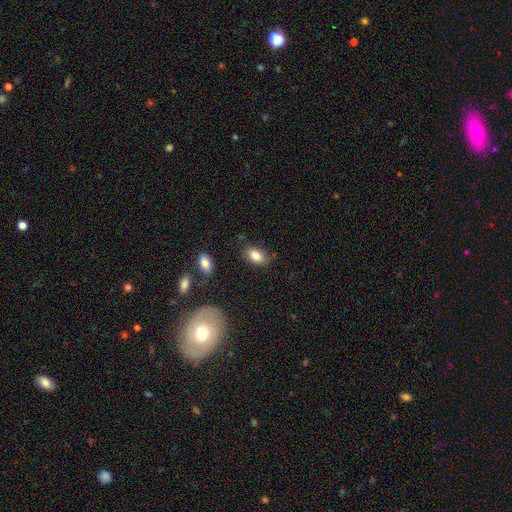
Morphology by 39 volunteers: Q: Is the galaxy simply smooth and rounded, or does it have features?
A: smooth — 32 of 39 (82%).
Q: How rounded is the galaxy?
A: in between — 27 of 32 (84%).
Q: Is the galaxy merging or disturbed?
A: none — 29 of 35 (83%).